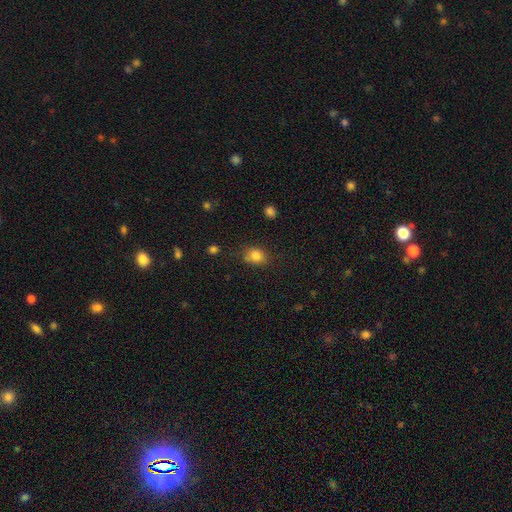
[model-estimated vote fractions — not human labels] A smooth galaxy with no disk features (83%) that is round (53%).

Vote fractions:
- Smooth or featured? smooth: 83% / star or artifact: 11% / featured or disk: 6%
- How rounded? round: 53% / in between: 46% / cigar-shaped: 1%
- Merging? none: 73% / minor disturbance: 17% / major disturbance: 5% / merger: 5%